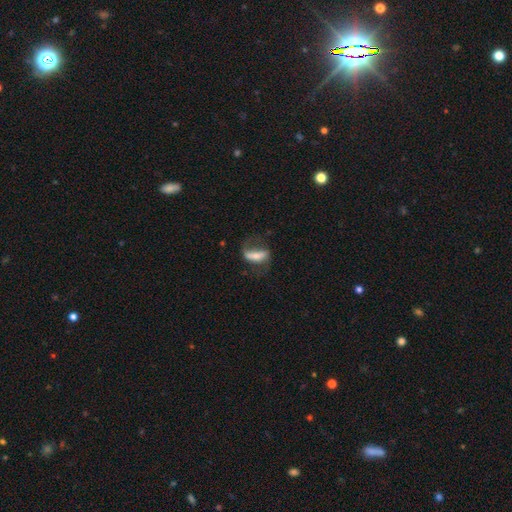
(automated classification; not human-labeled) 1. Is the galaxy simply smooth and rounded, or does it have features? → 51% featured or disk, 40% smooth, 8% star or artifact.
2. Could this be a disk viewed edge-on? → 82% no, 18% yes.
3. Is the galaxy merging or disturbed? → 43% none, 32% major disturbance, 22% minor disturbance, 3% merger.